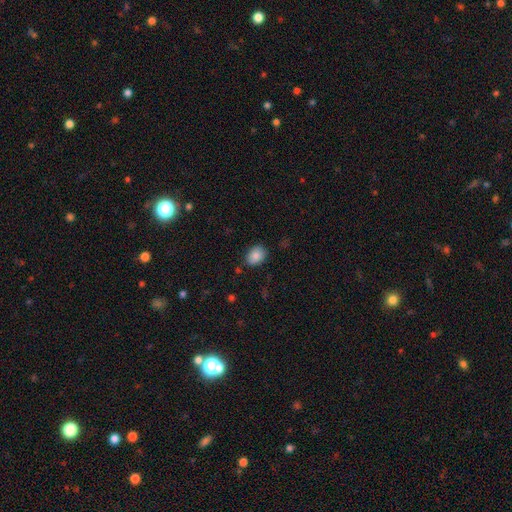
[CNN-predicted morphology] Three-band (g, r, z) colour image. It shows a smooth galaxy with no disk features (86%) that is in between round and cigar-shaped (74%). Merging: none (82%).